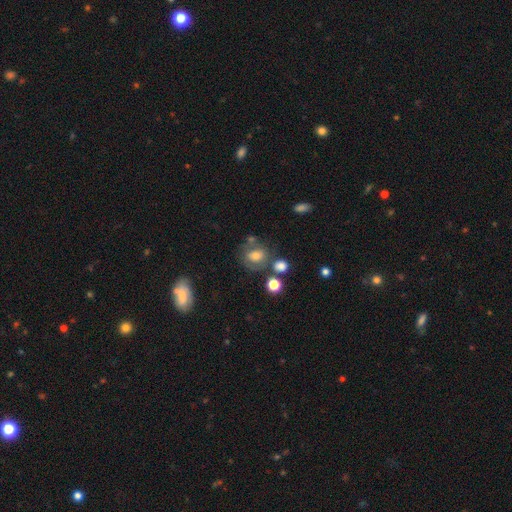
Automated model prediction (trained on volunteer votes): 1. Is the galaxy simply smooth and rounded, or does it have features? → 56% smooth, 32% featured or disk, 12% star or artifact.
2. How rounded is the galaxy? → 63% round, 36% in between, 1% cigar-shaped.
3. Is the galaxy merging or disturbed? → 54% none, 19% minor disturbance, 15% merger, 11% major disturbance.